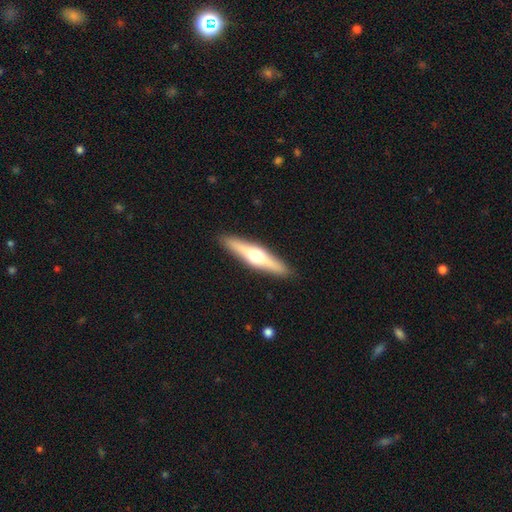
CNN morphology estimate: Smooth or featured: featured or disk — 60% (smooth — 35%)
Edge-on disk: yes — 95% (no — 5%)
Edge-on bulge: rounded — 95% (boxy — 3%)
Merging: none — 91% (minor disturbance — 7%)